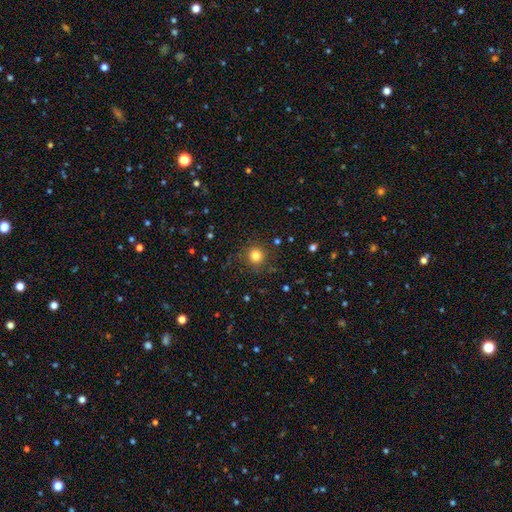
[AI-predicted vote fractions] Smooth or featured: smooth — 81% (star or artifact — 13%)
How rounded: round — 92% (in between — 7%)
Merging: none — 84% (minor disturbance — 10%)